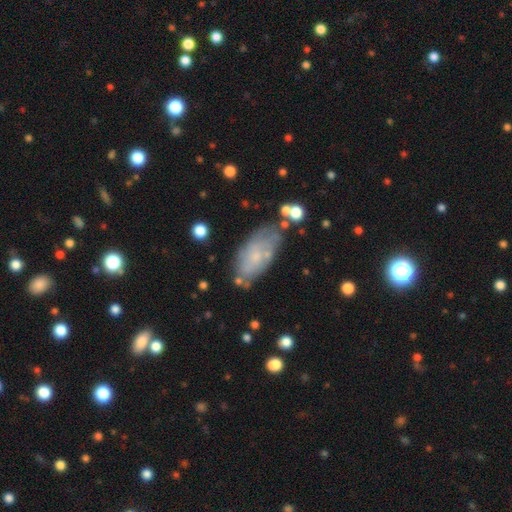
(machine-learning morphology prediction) Smooth or featured? smooth (52%)
How rounded? in between (90%)
Merging? none (61%)